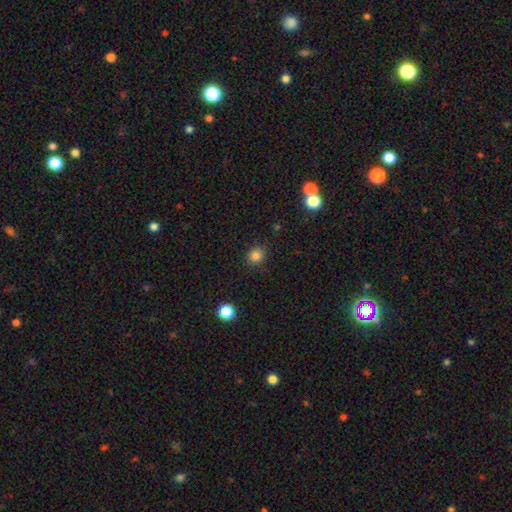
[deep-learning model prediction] A smooth galaxy with no disk features (83%) that is round (85%). Merging: none (86%).